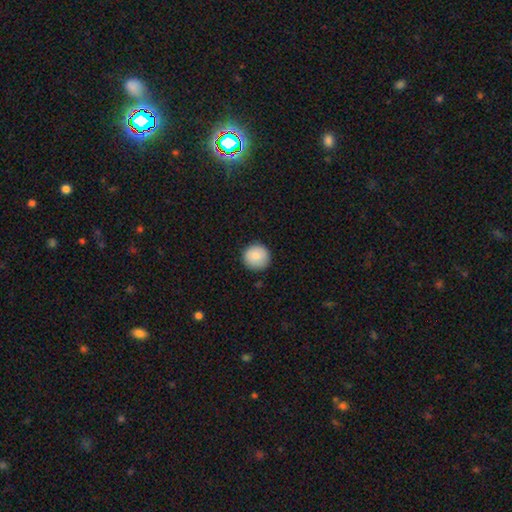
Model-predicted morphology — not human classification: Smooth or featured? smooth (88%)
How rounded? round (96%)
Merging? none (90%)